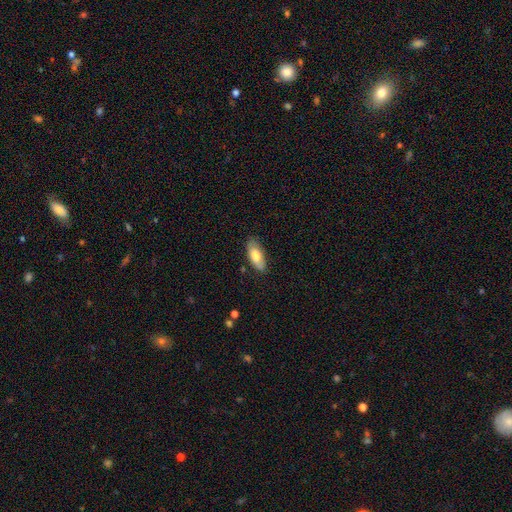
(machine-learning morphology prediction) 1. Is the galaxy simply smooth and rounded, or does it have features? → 76% smooth, 18% featured or disk, 6% star or artifact.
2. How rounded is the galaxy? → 84% in between, 14% cigar-shaped, 2% round.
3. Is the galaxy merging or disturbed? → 79% none, 16% minor disturbance, 3% major disturbance, 2% merger.